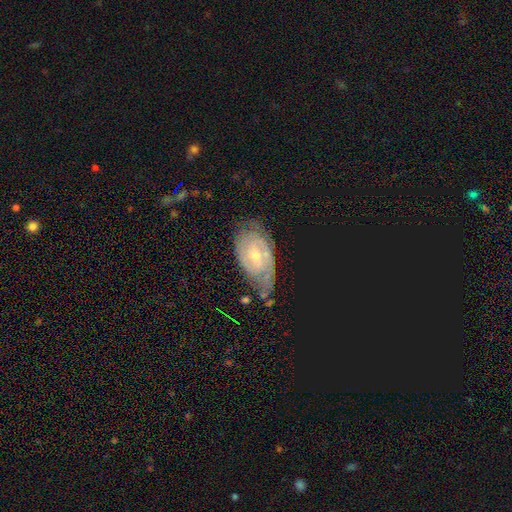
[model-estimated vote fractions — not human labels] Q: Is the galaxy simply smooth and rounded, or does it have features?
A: featured or disk — 76%.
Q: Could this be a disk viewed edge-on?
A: no — 95%.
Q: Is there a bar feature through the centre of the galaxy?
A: weak — 47%.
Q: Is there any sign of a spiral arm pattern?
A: yes — 93%.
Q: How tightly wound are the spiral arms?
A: tight — 66%.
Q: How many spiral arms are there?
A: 2 — 47%.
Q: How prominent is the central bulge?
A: small — 57%.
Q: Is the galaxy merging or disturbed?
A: none — 63%.